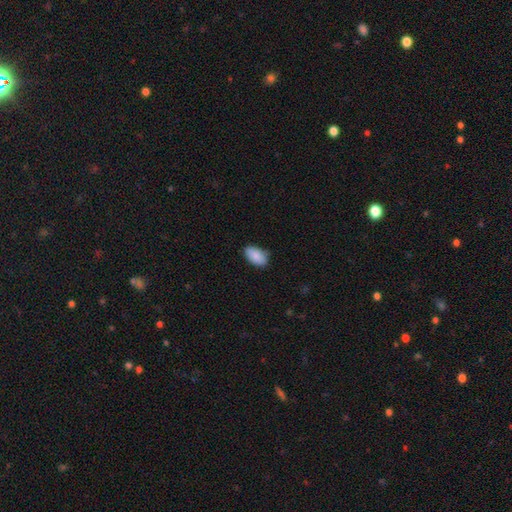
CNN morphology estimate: This is clearly a smooth galaxy (88%). How rounded: clearly in between (93%). Merging: likely none (77%).